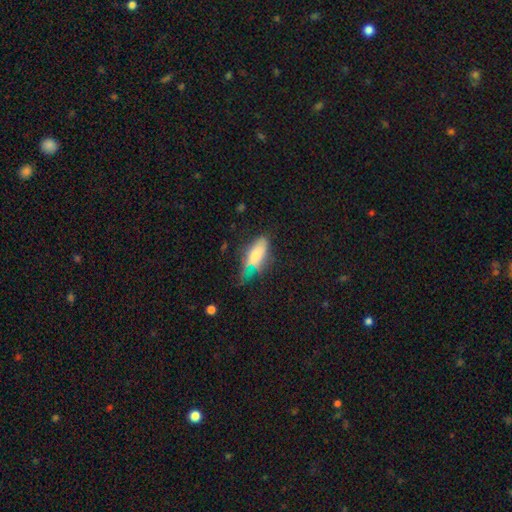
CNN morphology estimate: Smooth or featured?
  - smooth: 72% *
  - featured or disk: 17%
  - star or artifact: 11%
How rounded?
  - in between: 78% *
  - cigar-shaped: 19%
  - round: 4%
Merging?
  - none: 52% *
  - minor disturbance: 31%
  - major disturbance: 13%
  - merger: 5%